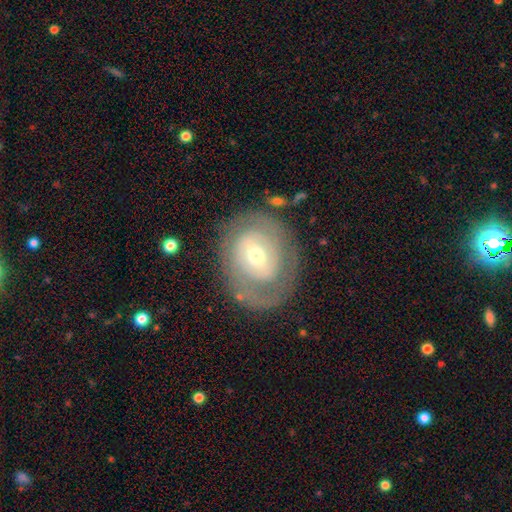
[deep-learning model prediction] Smooth or featured? Predicted: featured or disk (p=0.69). Edge-on disk? Predicted: no (p=0.96). Bar? Predicted: no (p=0.54). Spiral arms? Predicted: yes (p=0.64). Bulge size? Predicted: moderate (p=0.49). Merging? Predicted: none (p=0.75).